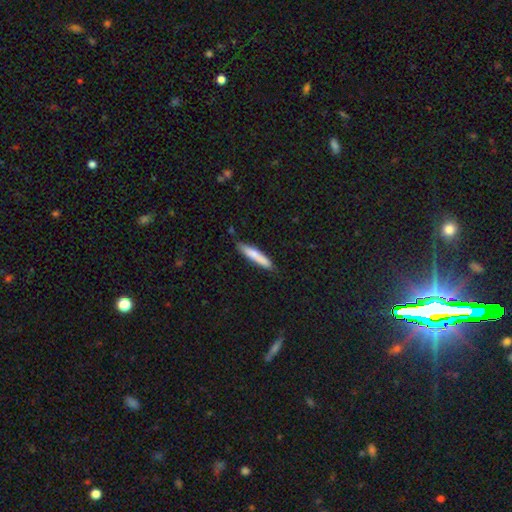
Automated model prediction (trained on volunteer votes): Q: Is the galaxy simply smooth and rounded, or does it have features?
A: smooth — 75%.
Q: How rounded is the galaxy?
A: cigar-shaped — 89%.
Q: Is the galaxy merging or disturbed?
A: none — 82%.